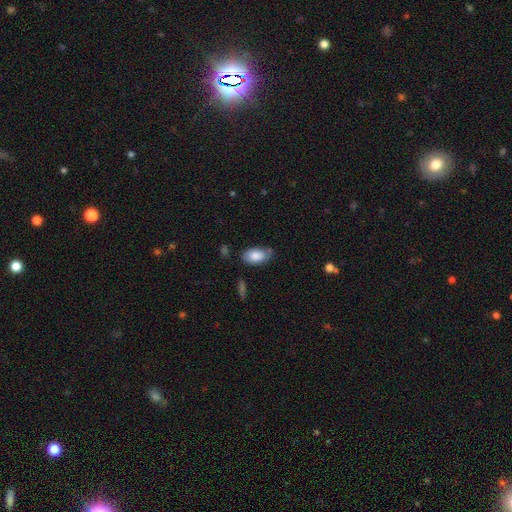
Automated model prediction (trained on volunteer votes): Morphology: type=smooth (82%); roundness=in between (94%); merging=none (65%).